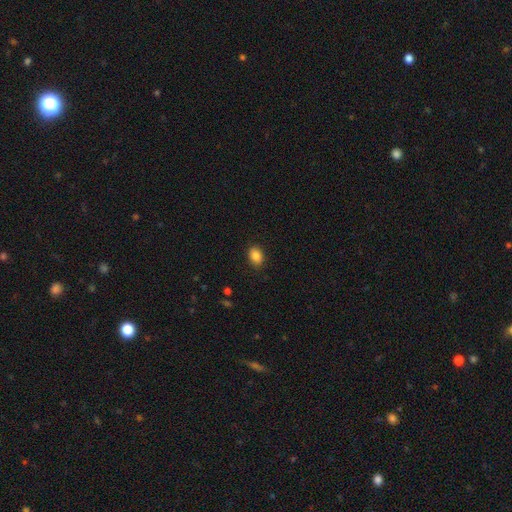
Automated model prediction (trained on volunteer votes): Q: Smooth or featured?
A: smooth (86%); runner-up: star or artifact (9%)
Q: How rounded?
A: in between (71%); runner-up: round (28%)
Q: Merging?
A: none (89%); runner-up: minor disturbance (8%)